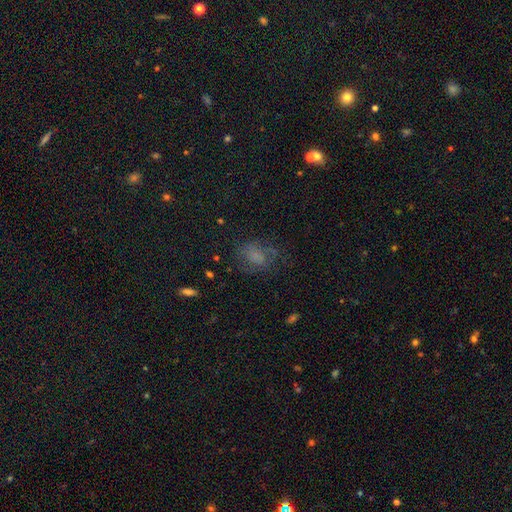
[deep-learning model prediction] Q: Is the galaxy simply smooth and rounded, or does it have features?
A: smooth — 50%.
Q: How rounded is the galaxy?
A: in between — 65%.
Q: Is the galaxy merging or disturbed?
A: none — 56%.